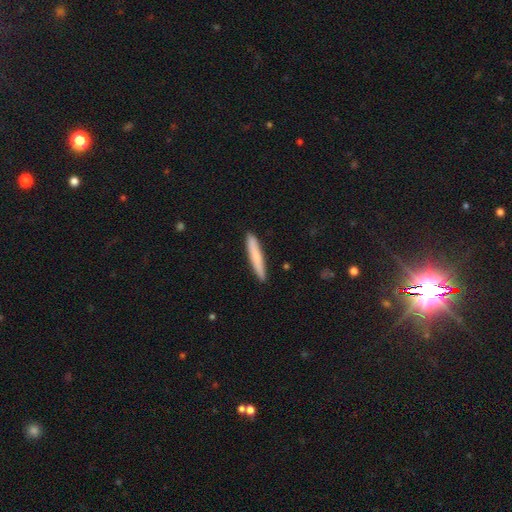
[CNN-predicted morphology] This appears to be a smooth galaxy with no disk features (73%) that is cigar-shaped (94%). Merging: none (90%).